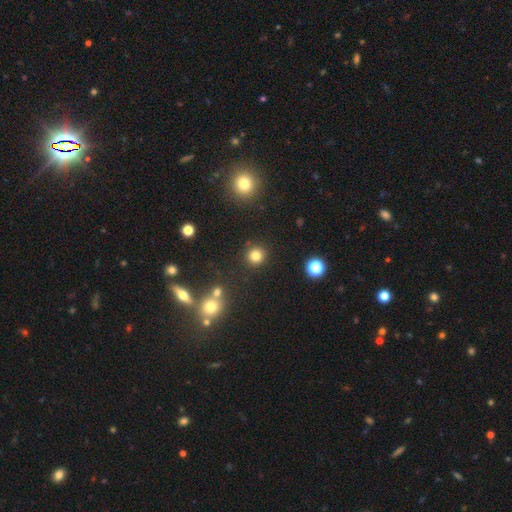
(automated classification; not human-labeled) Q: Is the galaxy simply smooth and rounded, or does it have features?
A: smooth — 80%.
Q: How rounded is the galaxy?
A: round — 93%.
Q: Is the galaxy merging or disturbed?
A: none — 89%.